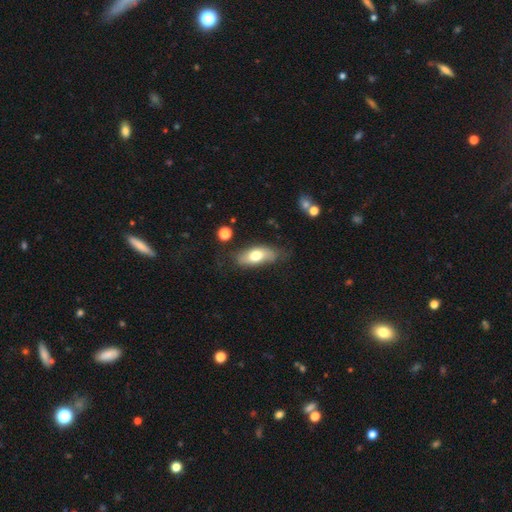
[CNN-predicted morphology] smooth-or-featured: smooth: 67% | featured or disk: 27% | star or artifact: 7%
  how-rounded: in between: 82% | cigar-shaped: 14% | round: 4%
  merging: none: 67% | minor disturbance: 24% | major disturbance: 7% | merger: 3%